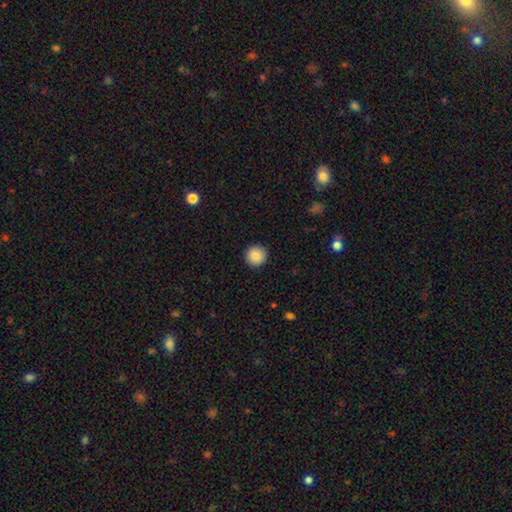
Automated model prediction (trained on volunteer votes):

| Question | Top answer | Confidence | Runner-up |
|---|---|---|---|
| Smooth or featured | smooth | 88% | star or artifact (8%) |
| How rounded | round | 95% | in between (4%) |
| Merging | none | 92% | minor disturbance (5%) |